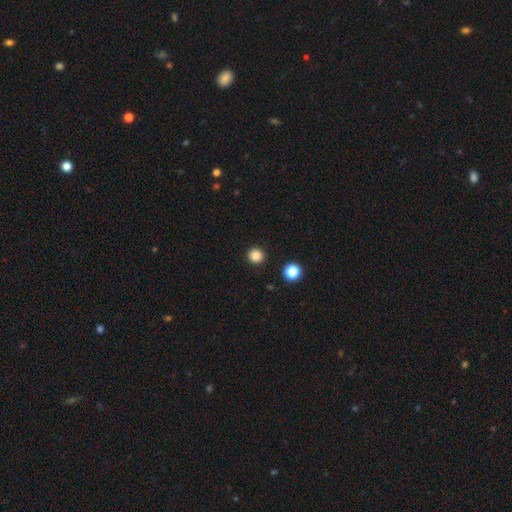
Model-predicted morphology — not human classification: Smooth or featured? Predicted: smooth (p=0.85). How rounded? Predicted: round (p=0.95). Merging? Predicted: none (p=0.92).